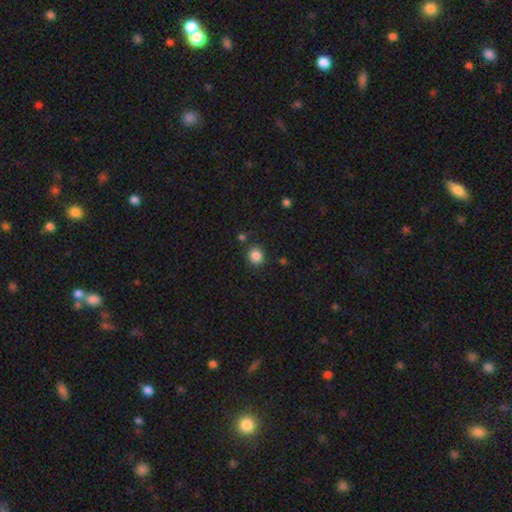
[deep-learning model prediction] This is clearly a smooth galaxy (85%). How rounded: likely round (79%). Merging: clearly none (83%).